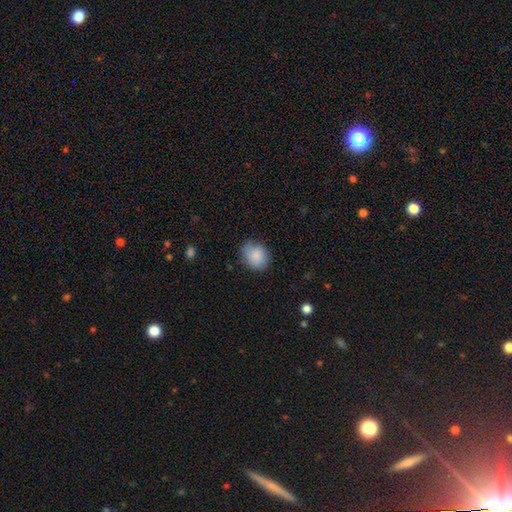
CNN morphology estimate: Smooth or featured?
  - smooth: 87% *
  - star or artifact: 7%
  - featured or disk: 5%
How rounded?
  - round: 54% *
  - in between: 46%
  - cigar-shaped: 1%
Merging?
  - none: 74% *
  - minor disturbance: 20%
  - major disturbance: 4%
  - merger: 1%